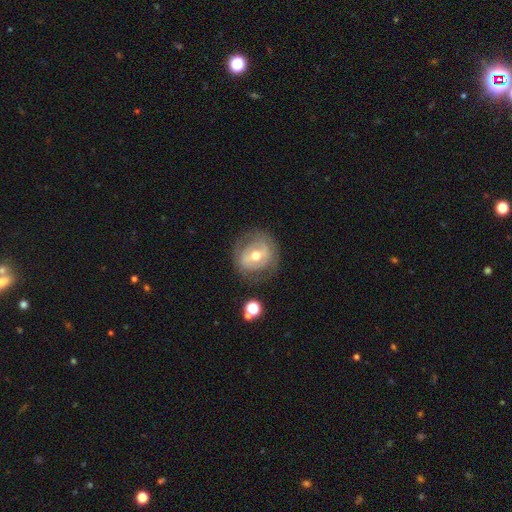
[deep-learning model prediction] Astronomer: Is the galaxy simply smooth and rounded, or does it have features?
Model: featured or disk — 62%.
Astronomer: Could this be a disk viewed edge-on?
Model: no — 94%.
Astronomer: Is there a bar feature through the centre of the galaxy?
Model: weak — 39% (runner-up: strong, 33%).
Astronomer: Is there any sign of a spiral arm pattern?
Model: no — 62% (runner-up: yes, 38%).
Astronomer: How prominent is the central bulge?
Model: moderate — 73%.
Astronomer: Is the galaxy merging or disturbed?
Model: none — 73%.